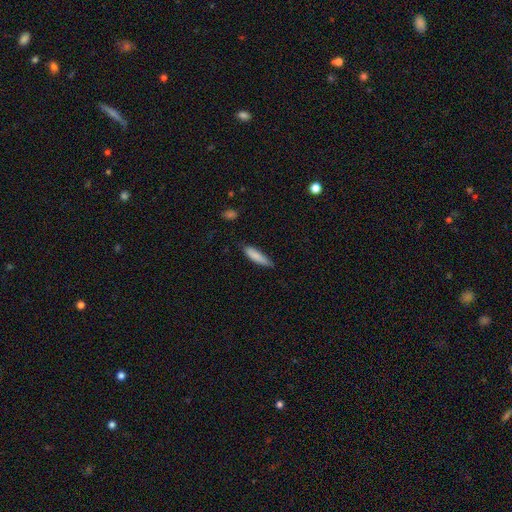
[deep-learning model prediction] A smooth galaxy with no disk features (84%) that is cigar-shaped (71%).

Vote fractions:
- Smooth or featured? smooth: 84% / featured or disk: 10% / star or artifact: 6%
- How rounded? cigar-shaped: 71% / in between: 27% / round: 1%
- Merging? none: 74% / minor disturbance: 22% / major disturbance: 3% / merger: 2%